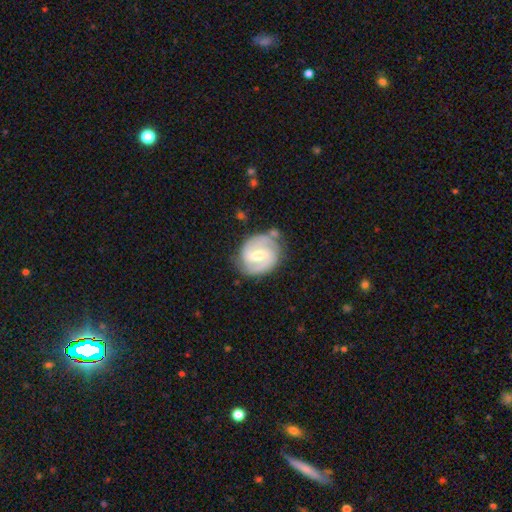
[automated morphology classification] A featured or disk galaxy (85%) with a weak bar (55%), 2 (81%) tight (55%) spiral arms (96%) and a moderate central bulge (61%).

Vote fractions:
- Smooth or featured? featured or disk: 85% / smooth: 11% / star or artifact: 5%
- Edge-on disk? no: 98% / yes: 2%
- Bar? weak: 55% / strong: 32% / no: 12%
- Spiral arms? yes: 96% / no: 4%
- Spiral winding? tight: 55% / medium: 37% / loose: 8%
- Spiral arm count? 2: 81% / can't tell: 8% / 3: 6% / 1: 2% / 4: 2% / more than 4: 1%
- Bulge size? moderate: 61% / small: 30% / large: 6% / none: 2% / dominant: 1%
- Merging? none: 73% / minor disturbance: 17% / major disturbance: 6% / merger: 4%